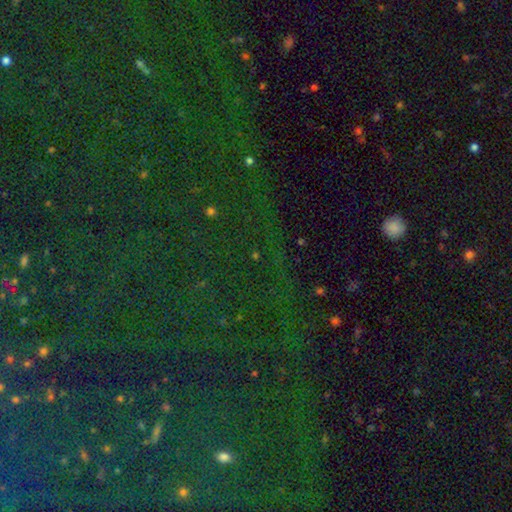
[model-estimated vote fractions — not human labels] This appears to be a star or artifact, not a galaxy (75%).